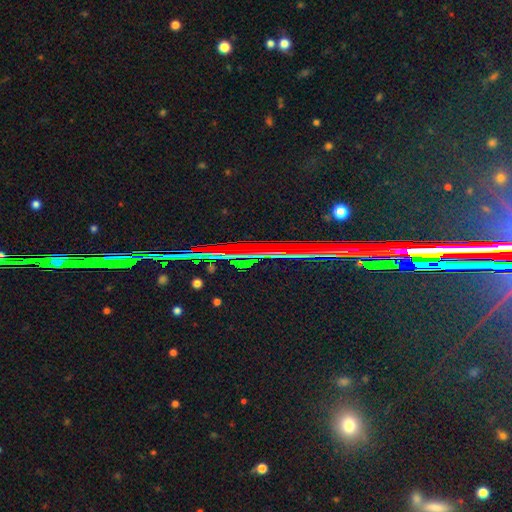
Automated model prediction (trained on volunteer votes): star or artifact 82%, featured or disk 11%, smooth 7%.